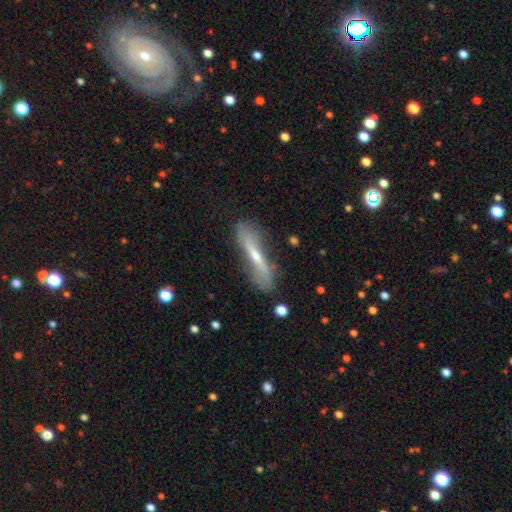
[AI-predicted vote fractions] This is possibly a featured or disk galaxy (59%). It is likely viewed edge-on (64%). Merging: likely none (71%).